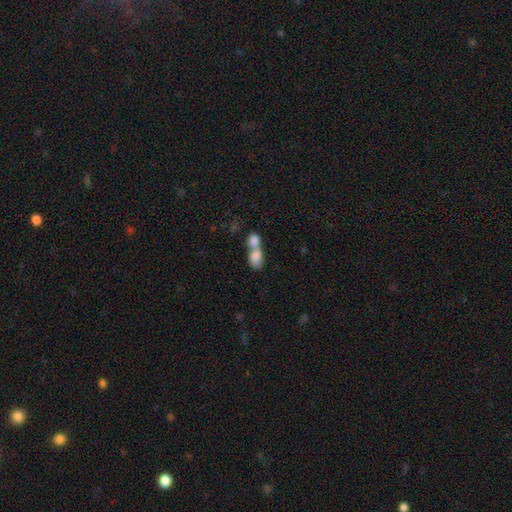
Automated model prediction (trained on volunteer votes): The model was most divided on "how rounded": in between: 74%, round: 22%, cigar-shaped: 4%. More confident: smooth or featured — smooth (79%); merging — merger (77%).